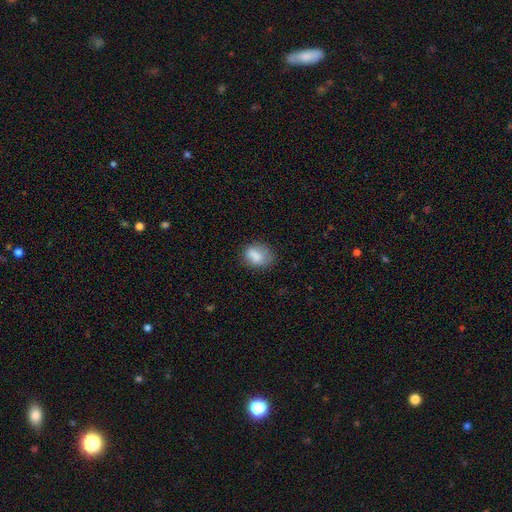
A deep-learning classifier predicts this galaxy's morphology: smooth 80%, featured or disk 12%, star or artifact 9%. Down the decision tree: how rounded — in between (65%); merging — none (63%).